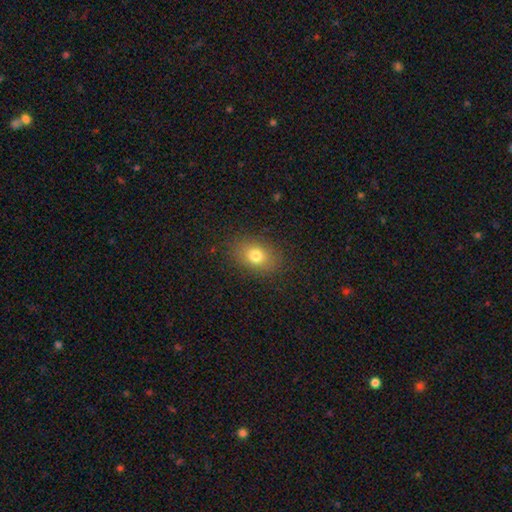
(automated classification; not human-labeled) A smooth galaxy with no disk features (77%) that is in between round and cigar-shaped (67%). Merging: none (85%).